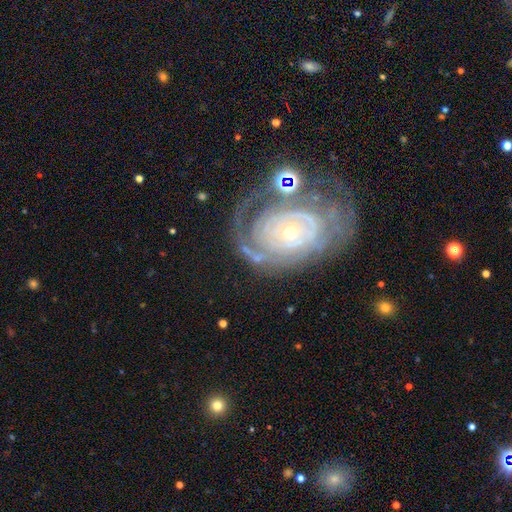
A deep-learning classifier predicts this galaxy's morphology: Q: Smooth or featured?
A: featured or disk (85%); runner-up: smooth (8%)
Q: Edge-on disk?
A: no (96%); runner-up: yes (4%)
Q: Bar?
A: no (81%); runner-up: weak (13%)
Q: Spiral arms?
A: yes (90%); runner-up: no (10%)
Q: Spiral winding?
A: tight (80%); runner-up: medium (15%)
Q: Spiral arm count?
A: can't tell (35%); runner-up: 2 (24%)
Q: Bulge size?
A: small (58%); runner-up: moderate (38%)
Q: Merging?
A: none (59%); runner-up: minor disturbance (19%)